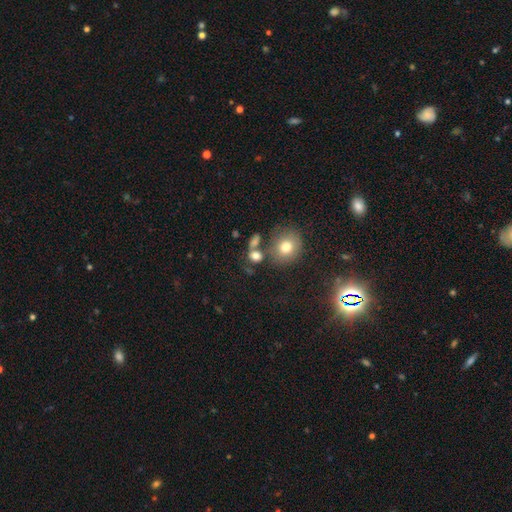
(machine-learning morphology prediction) Smooth or featured: smooth — 75% (star or artifact — 13%)
How rounded: round — 59% (in between — 38%)
Merging: none — 50% (merger — 29%)